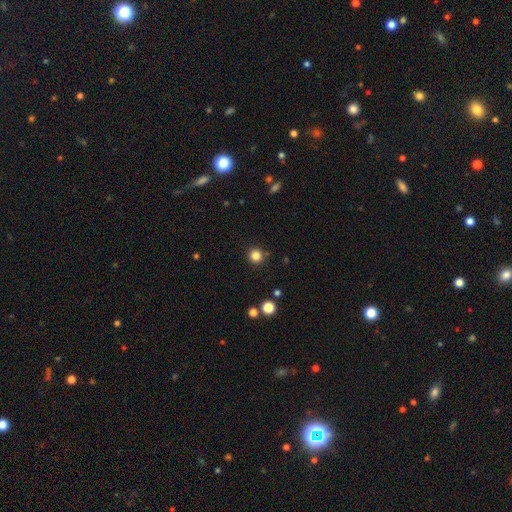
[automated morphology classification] This appears to be a smooth galaxy with no disk features (83%) that is round (95%). Merging: none (91%).